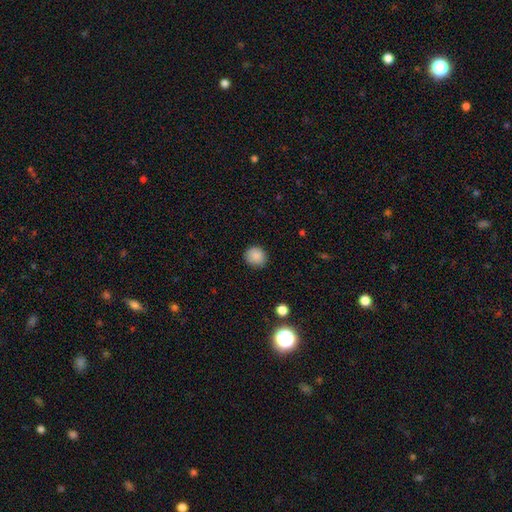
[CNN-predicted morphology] The model was most divided on "how rounded": round: 86%, in between: 14%, cigar-shaped: 1%. More confident: smooth or featured — smooth (87%); merging — none (86%).